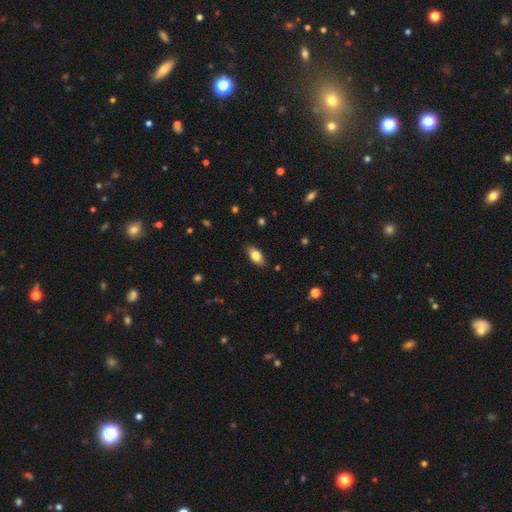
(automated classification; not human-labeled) A smooth galaxy with no disk features (78%) that is in between round and cigar-shaped (88%). Merging: none (85%).